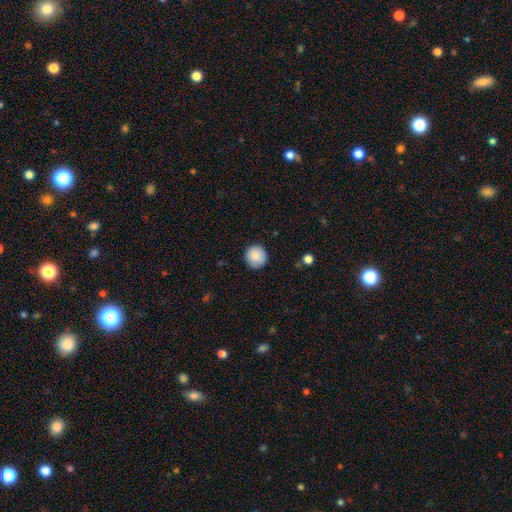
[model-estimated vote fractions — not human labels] smooth 87%, star or artifact 8%, featured or disk 5%. Down the decision tree: how rounded — round (94%); merging — none (87%).